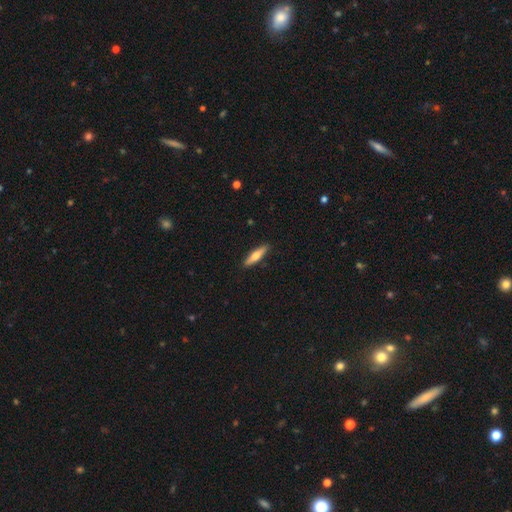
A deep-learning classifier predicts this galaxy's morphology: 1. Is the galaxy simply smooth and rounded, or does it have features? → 57% smooth, 38% featured or disk, 6% star or artifact.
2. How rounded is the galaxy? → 75% cigar-shaped, 23% in between, 2% round.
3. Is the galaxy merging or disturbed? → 90% none, 8% minor disturbance, 2% major disturbance, 1% merger.